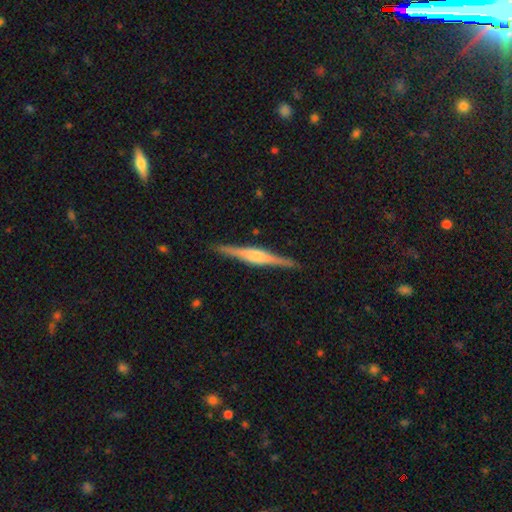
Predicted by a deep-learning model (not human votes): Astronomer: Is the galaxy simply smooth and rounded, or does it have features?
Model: featured or disk — 77%.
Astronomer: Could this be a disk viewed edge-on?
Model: yes — 98%.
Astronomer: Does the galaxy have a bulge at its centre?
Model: rounded — 63%.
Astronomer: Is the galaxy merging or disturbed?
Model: none — 90%.